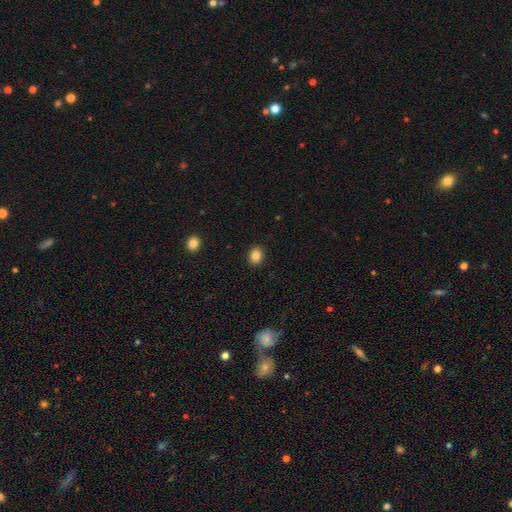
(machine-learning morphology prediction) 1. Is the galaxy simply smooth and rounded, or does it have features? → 85% smooth, 10% star or artifact, 5% featured or disk.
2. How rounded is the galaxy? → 52% round, 47% in between, 1% cigar-shaped.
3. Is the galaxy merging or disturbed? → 91% none, 6% minor disturbance, 2% major disturbance, 1% merger.